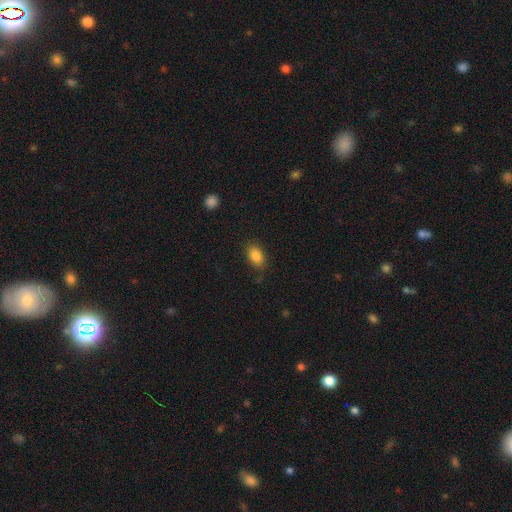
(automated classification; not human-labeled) Q: Smooth or featured?
A: smooth (86%); runner-up: star or artifact (9%)
Q: How rounded?
A: in between (85%); runner-up: round (13%)
Q: Merging?
A: none (81%); runner-up: minor disturbance (14%)